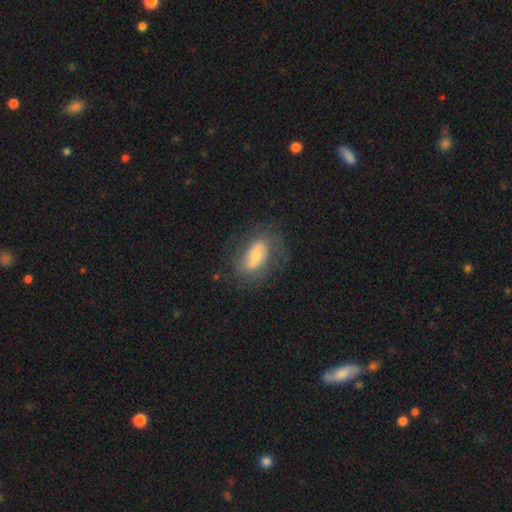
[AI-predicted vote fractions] The model was most divided on "smooth or featured": smooth: 48%, featured or disk: 43%, star or artifact: 9%. More confident: merging — none (67%).